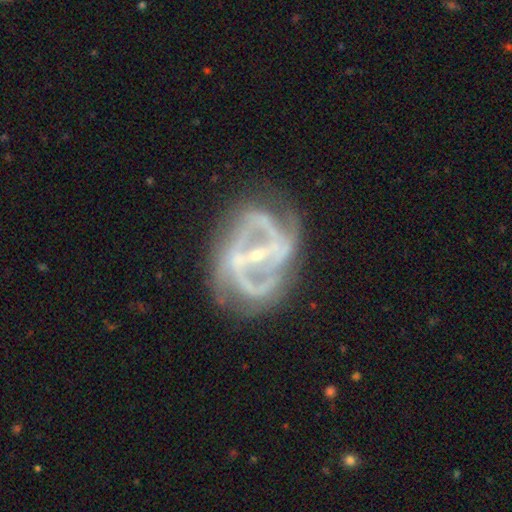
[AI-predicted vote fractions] featured or disk 89%, star or artifact 6%, smooth 5%. Down the decision tree: edge-on disk — no (96%); bar — strong (69%); spiral arms — yes (86%); spiral arm count — 2 (47%); spiral winding — medium (48%); bulge size — small (75%); merging — none (57%).